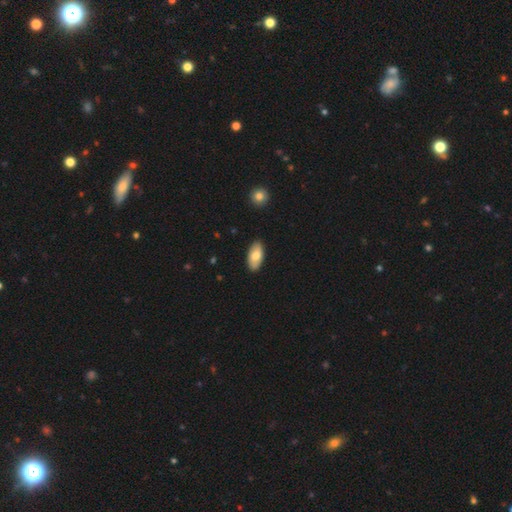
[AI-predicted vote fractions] This appears to be a smooth galaxy with no disk features (74%) that is in between round and cigar-shaped (93%). Merging: none (88%).